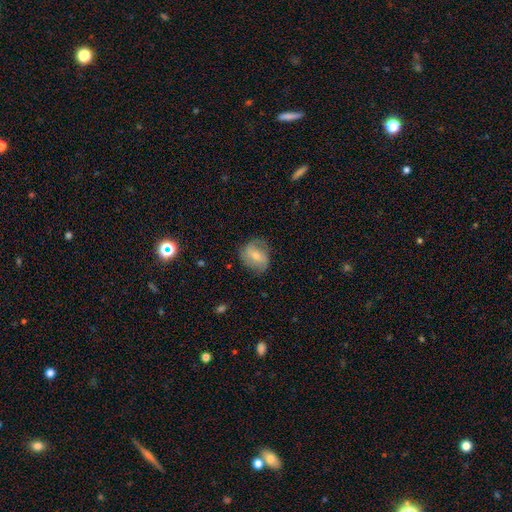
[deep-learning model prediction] smooth_or_featured: featured or disk (p=0.48) [alt: smooth p=0.44]
merging: none (p=0.66) [alt: minor disturbance p=0.23]